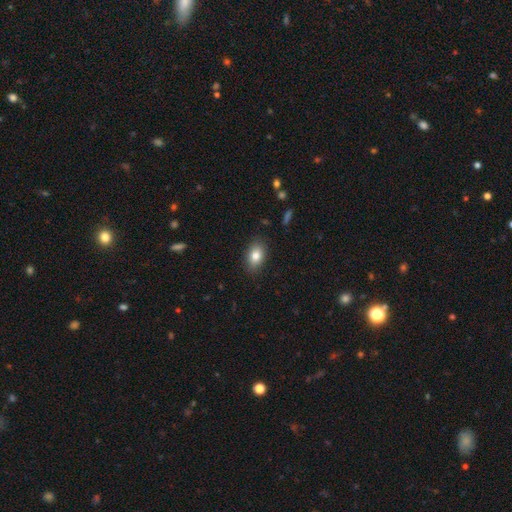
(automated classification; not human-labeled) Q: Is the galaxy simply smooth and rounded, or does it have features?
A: smooth — 82%.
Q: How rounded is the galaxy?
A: in between — 87%.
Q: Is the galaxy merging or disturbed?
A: none — 86%.